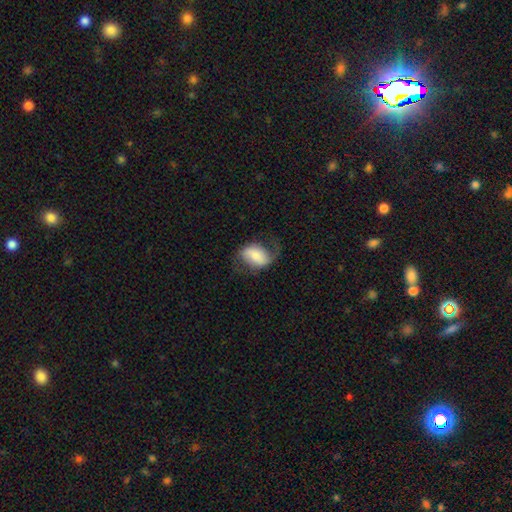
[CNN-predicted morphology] type=featured or disk (47%); merging=none (54%).